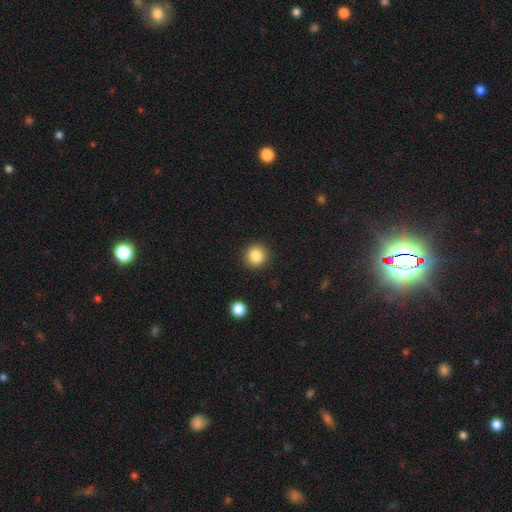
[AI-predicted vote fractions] Smooth or featured? smooth (85%)
How rounded? round (92%)
Merging? none (91%)